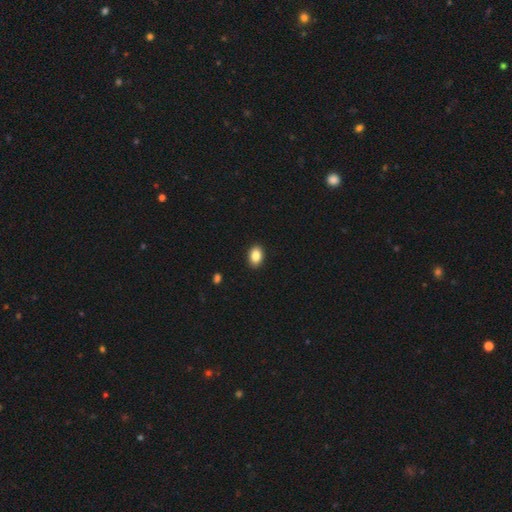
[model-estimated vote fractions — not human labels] Q: Smooth or featured?
A: smooth (87%); runner-up: star or artifact (8%)
Q: How rounded?
A: in between (80%); runner-up: round (19%)
Q: Merging?
A: none (91%); runner-up: minor disturbance (7%)